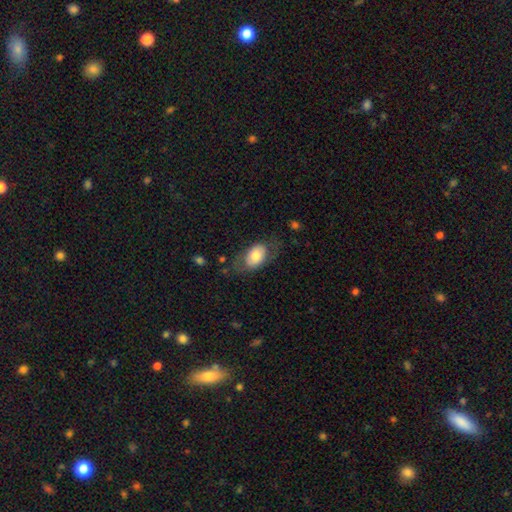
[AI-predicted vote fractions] A smooth galaxy with no disk features (69%) that is in between round and cigar-shaped (90%).

Vote fractions:
- Smooth or featured? smooth: 69% / featured or disk: 24% / star or artifact: 6%
- How rounded? in between: 90% / round: 8% / cigar-shaped: 2%
- Merging? none: 64% / minor disturbance: 21% / major disturbance: 14% / merger: 2%